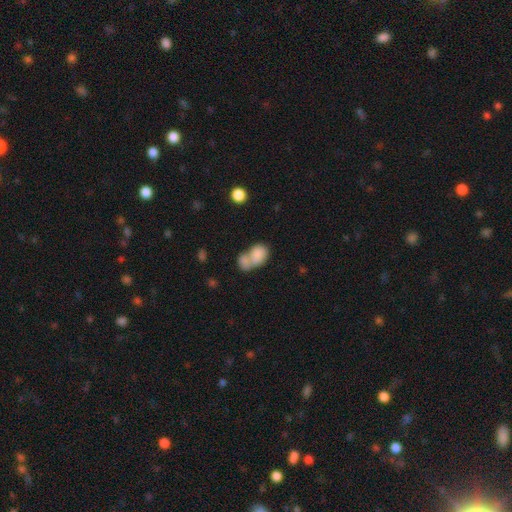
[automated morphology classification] type=smooth (82%); roundness=in between (76%); merging=merger (68%).